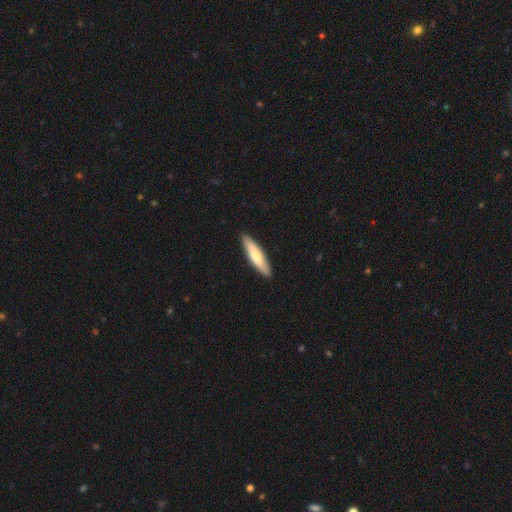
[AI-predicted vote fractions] This appears to be a smooth galaxy with no disk features (69%) that is cigar-shaped (82%). Merging: none (91%).